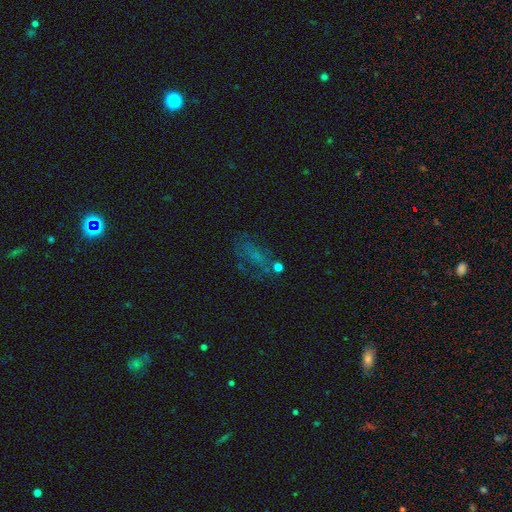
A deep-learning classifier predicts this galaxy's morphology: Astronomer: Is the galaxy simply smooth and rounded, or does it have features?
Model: smooth — 36% (runner-up: featured or disk, 33%).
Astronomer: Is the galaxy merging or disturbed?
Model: none — 50%.